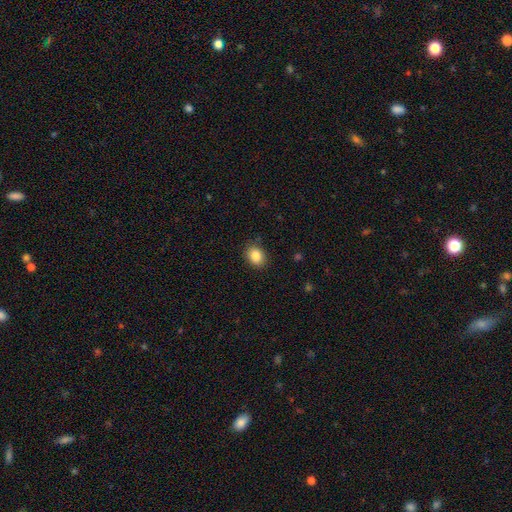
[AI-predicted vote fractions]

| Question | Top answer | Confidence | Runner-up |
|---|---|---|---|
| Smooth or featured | smooth | 86% | star or artifact (9%) |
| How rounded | in between | 58% | round (41%) |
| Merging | none | 85% | minor disturbance (11%) |